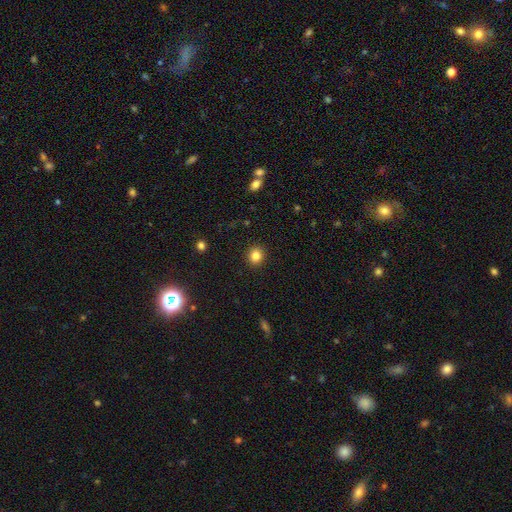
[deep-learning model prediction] Overall: smooth (83%). How rounded: round (85%). Merging: none (92%).